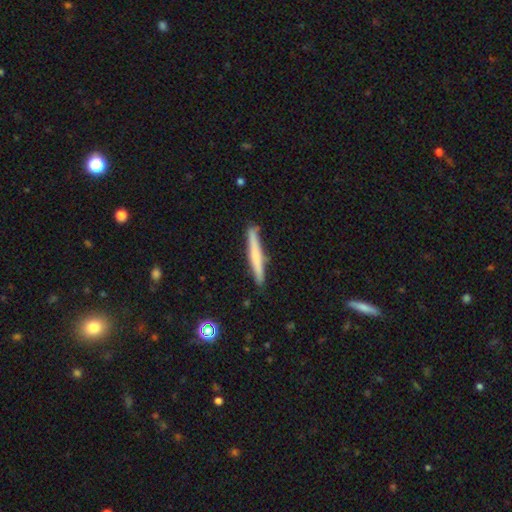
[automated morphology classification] This is possibly a smooth galaxy (58%). How rounded: clearly cigar-shaped (96%). Merging: clearly none (87%).